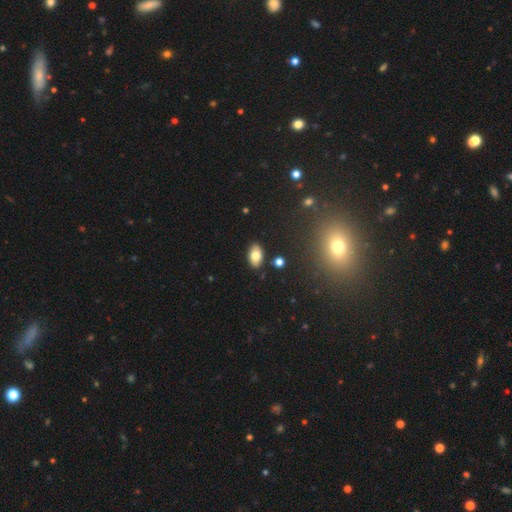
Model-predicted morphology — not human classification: Smooth or featured? Predicted: smooth (p=0.79). How rounded? Predicted: in between (p=0.93). Merging? Predicted: none (p=0.88).